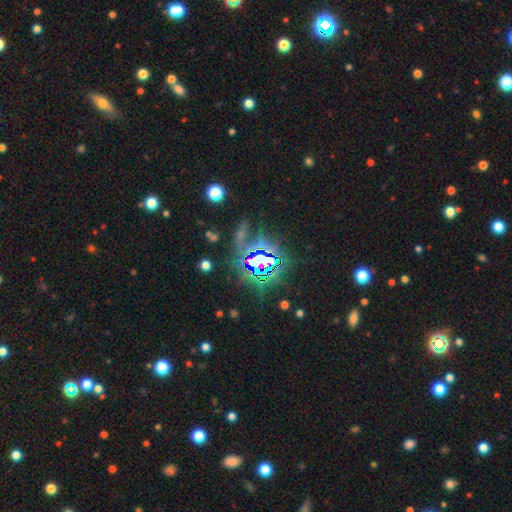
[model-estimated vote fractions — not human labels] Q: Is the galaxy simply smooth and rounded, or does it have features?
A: star or artifact — 85%.